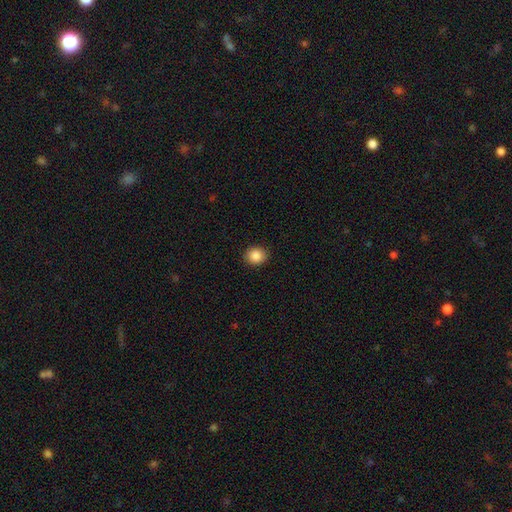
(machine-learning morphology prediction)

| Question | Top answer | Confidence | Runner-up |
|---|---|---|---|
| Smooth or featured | smooth | 88% | star or artifact (9%) |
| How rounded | round | 73% | in between (26%) |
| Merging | none | 90% | minor disturbance (7%) |